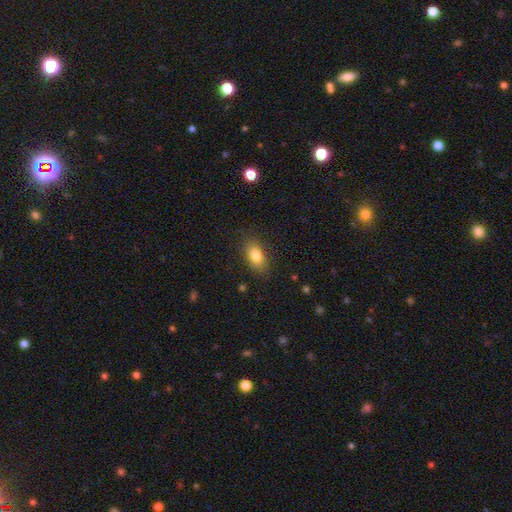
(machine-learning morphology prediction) Overall: smooth (82%). How rounded: in between (87%). Merging: none (85%).